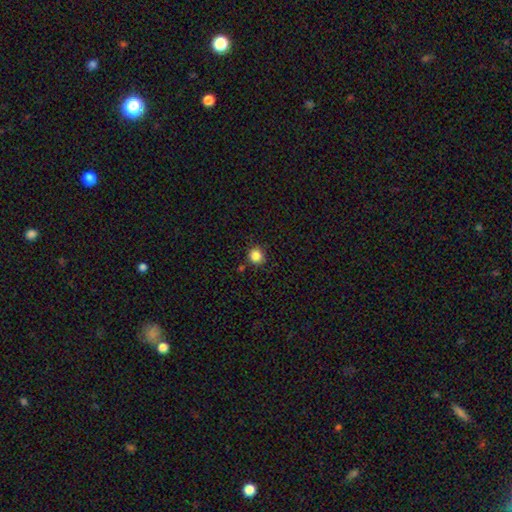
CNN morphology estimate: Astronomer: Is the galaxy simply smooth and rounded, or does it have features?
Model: smooth — 85%.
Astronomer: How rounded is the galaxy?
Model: round — 92%.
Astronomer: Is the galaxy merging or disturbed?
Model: none — 86%.